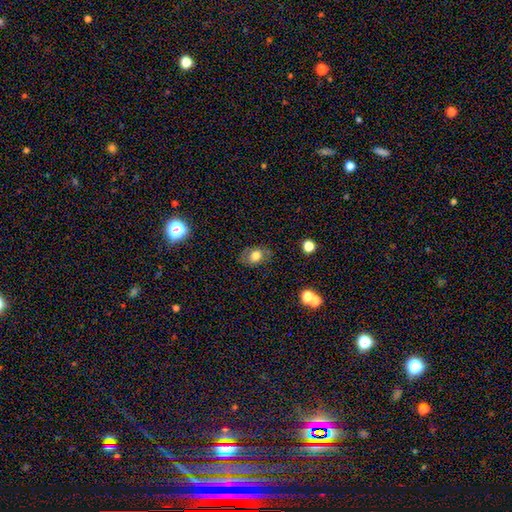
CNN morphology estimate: A smooth galaxy with no disk features (68%) that is in between round and cigar-shaped (78%).

Vote fractions:
- Smooth or featured? smooth: 68% / featured or disk: 22% / star or artifact: 10%
- How rounded? in between: 78% / round: 20% / cigar-shaped: 1%
- Merging? none: 77% / minor disturbance: 17% / major disturbance: 5% / merger: 2%